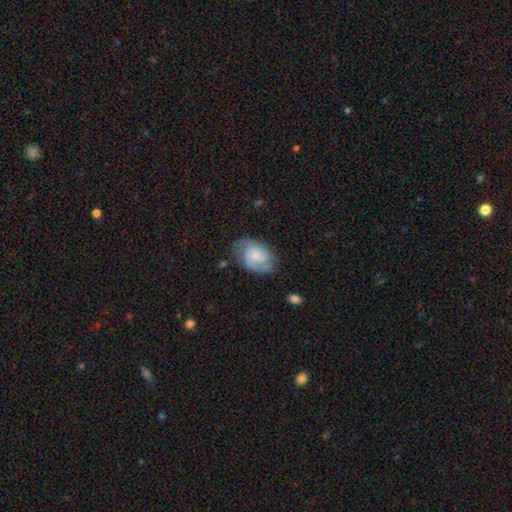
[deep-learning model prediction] The model was most divided on "spiral winding": medium: 46%, tight: 35%, loose: 19%. Remaining: edge-on disk — no (97%); spiral arms — yes (90%); bar — no (67%); merging — none (64%); smooth or featured — featured or disk (62%); spiral arm count — 2 (62%); bulge size — small (50%).